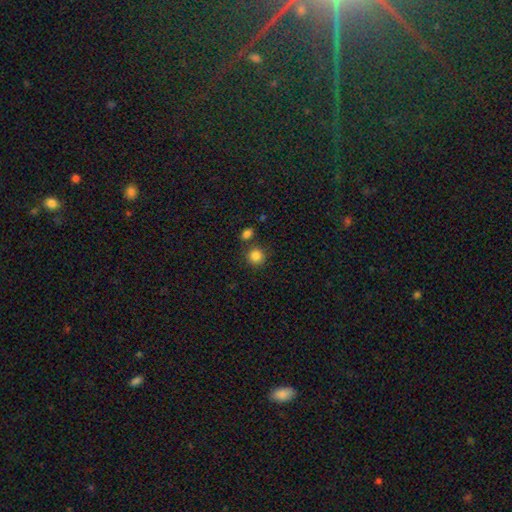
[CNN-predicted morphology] Smooth or featured?
  - smooth: 85% *
  - star or artifact: 11%
  - featured or disk: 5%
How rounded?
  - round: 89% *
  - in between: 10%
  - cigar-shaped: 1%
Merging?
  - none: 75% *
  - merger: 13%
  - minor disturbance: 9%
  - major disturbance: 3%